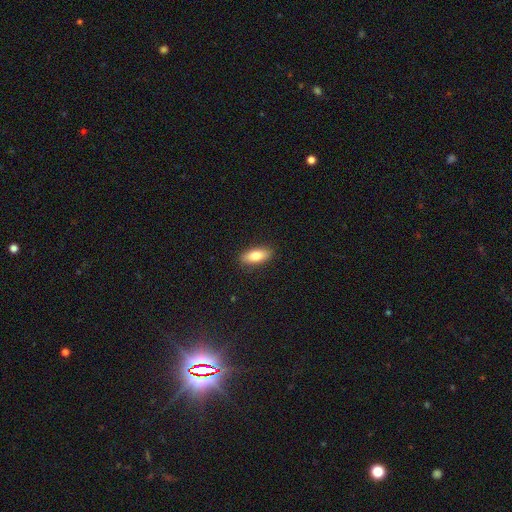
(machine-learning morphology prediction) Overall: smooth (82%). How rounded: in between (79%). Merging: none (89%).